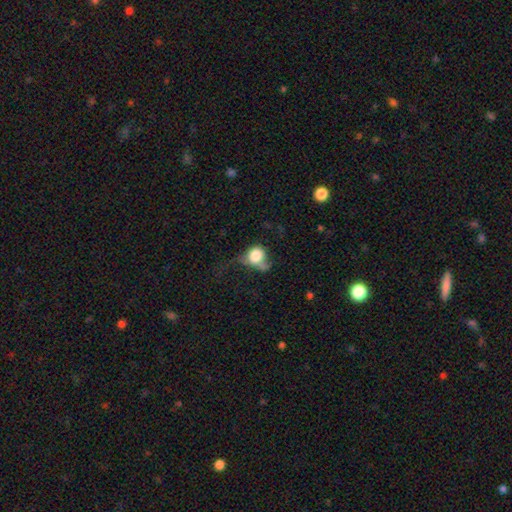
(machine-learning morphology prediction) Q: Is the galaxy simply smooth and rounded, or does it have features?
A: smooth — 73%.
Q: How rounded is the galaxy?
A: round — 71%.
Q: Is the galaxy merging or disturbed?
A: major disturbance — 34%.